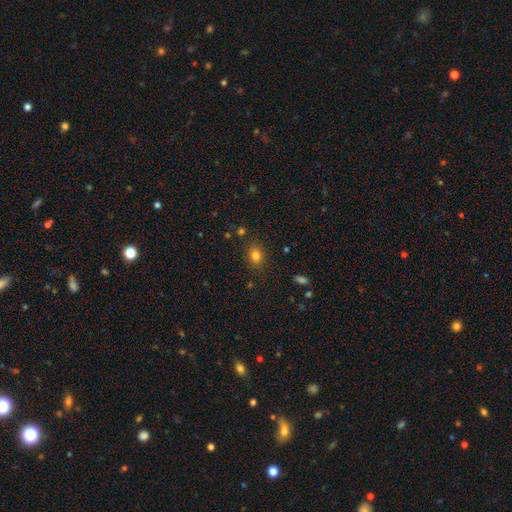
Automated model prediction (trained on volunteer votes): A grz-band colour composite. It shows a smooth galaxy with no disk features (80%) that is in between round and cigar-shaped (50%). Merging: none (85%).